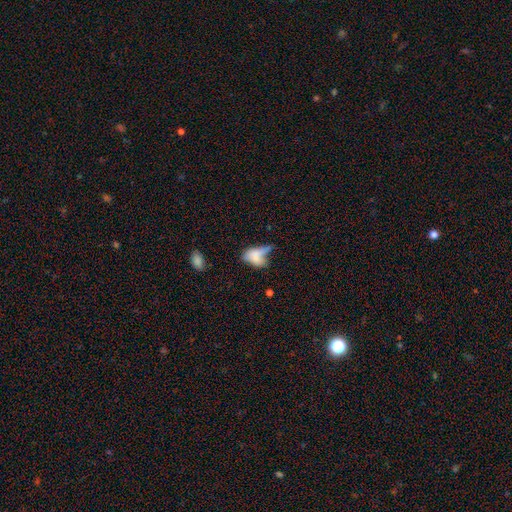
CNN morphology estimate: type=smooth (63%); roundness=in between (80%); merging=none (27%).